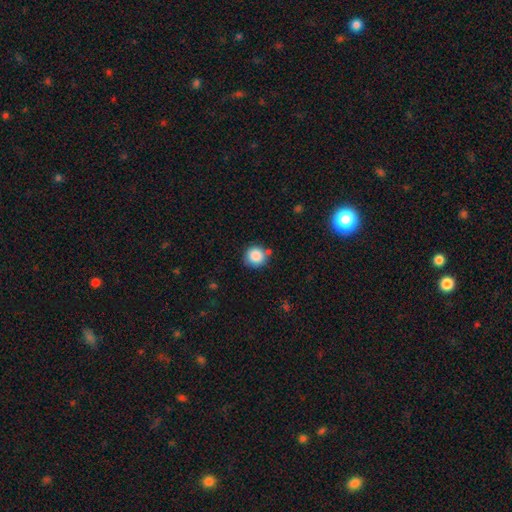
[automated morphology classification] A smooth galaxy with no disk features (86%) that is round (93%). Merging: none (78%).